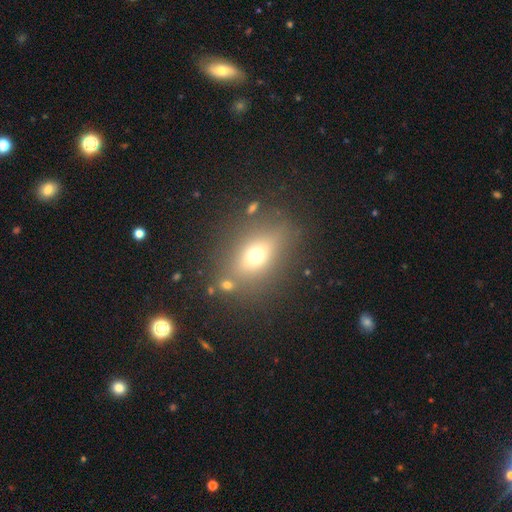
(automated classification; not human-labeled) A smooth galaxy with no disk features (63%) that is in between round and cigar-shaped (62%).

Vote fractions:
- Smooth or featured? smooth: 63% / featured or disk: 20% / star or artifact: 17%
- How rounded? in between: 62% / round: 32% / cigar-shaped: 6%
- Merging? none: 76% / minor disturbance: 12% / major disturbance: 6% / merger: 5%